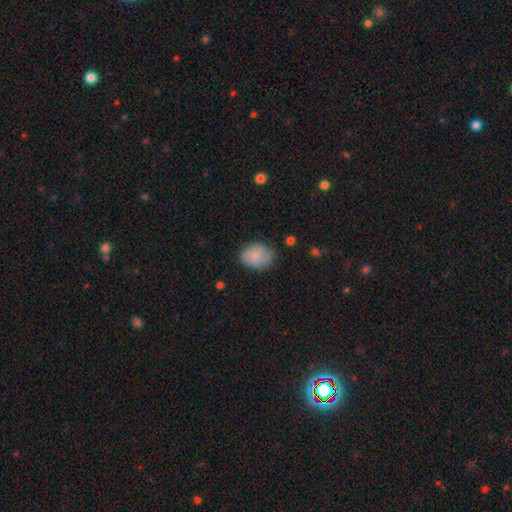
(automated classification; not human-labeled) smooth 71%, featured or disk 22%, star or artifact 7%. Down the decision tree: how rounded — in between (62%); merging — none (70%).